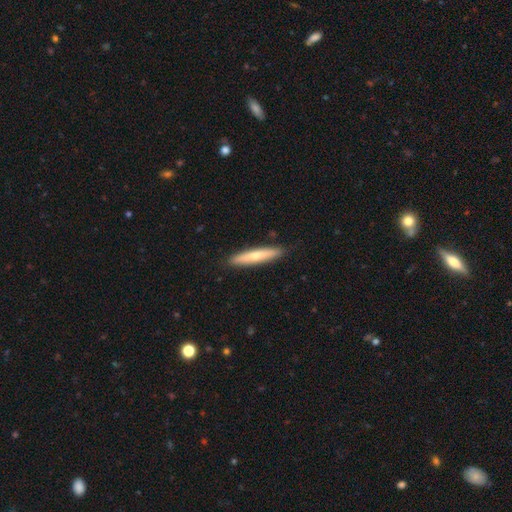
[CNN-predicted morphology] Smooth or featured? Predicted: smooth (p=0.63). How rounded? Predicted: cigar-shaped (p=0.90). Merging? Predicted: none (p=0.89).